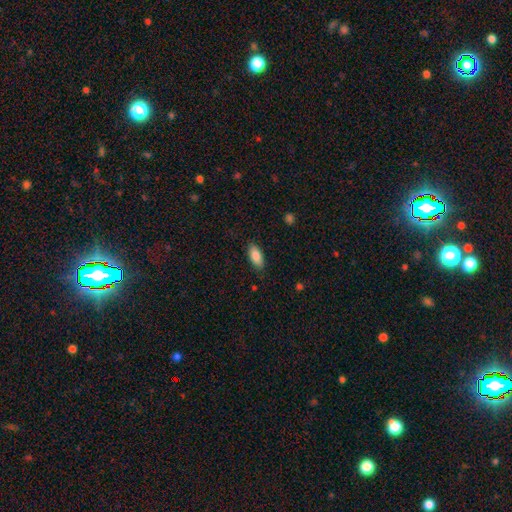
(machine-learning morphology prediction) smooth_or_featured: smooth (p=0.87) [alt: star or artifact p=0.07]
how_rounded: in between (p=0.88) [alt: cigar-shaped p=0.10]
merging: none (p=0.85) [alt: minor disturbance p=0.12]